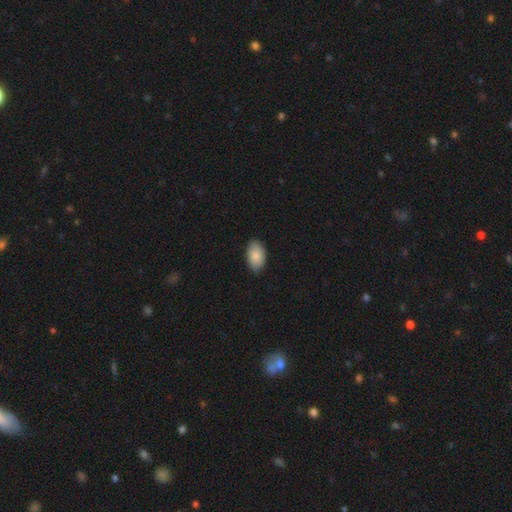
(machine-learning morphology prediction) type=smooth (87%); roundness=in between (94%); merging=none (85%).